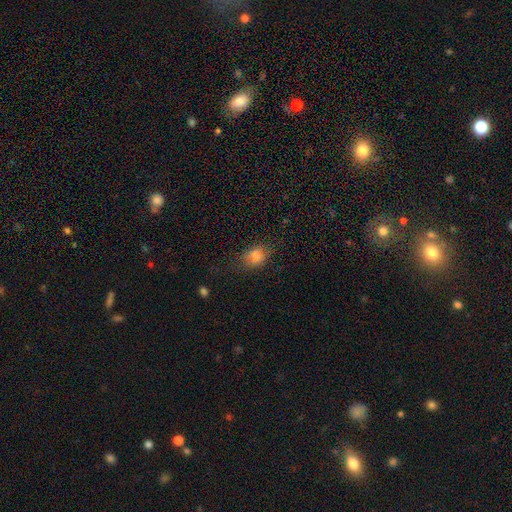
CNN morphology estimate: Q: Smooth or featured?
A: smooth (77%); runner-up: star or artifact (12%)
Q: How rounded?
A: in between (71%); runner-up: round (27%)
Q: Merging?
A: none (63%); runner-up: minor disturbance (24%)